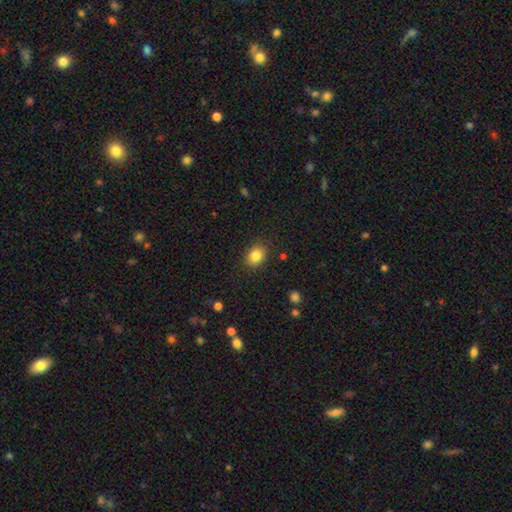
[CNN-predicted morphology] type=smooth (85%); roundness=in between (59%); merging=none (86%).